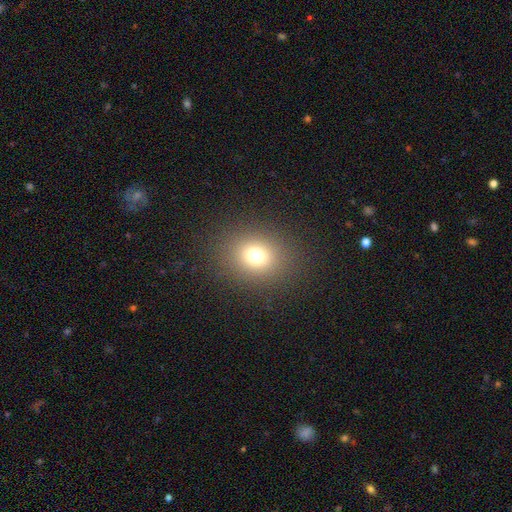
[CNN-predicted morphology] Smooth or featured: smooth — 74% (star or artifact — 17%)
How rounded: round — 69% (in between — 31%)
Merging: none — 88% (minor disturbance — 7%)